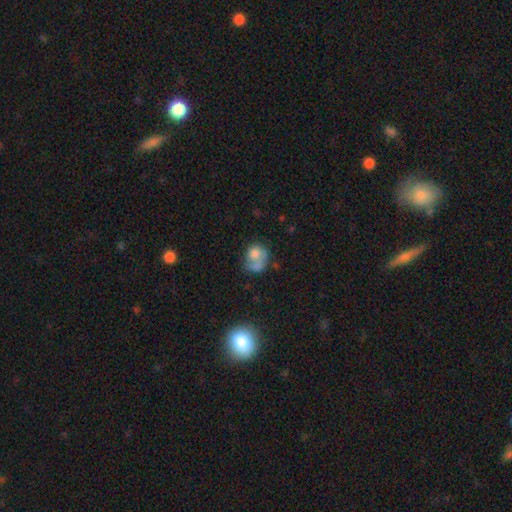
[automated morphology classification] Smooth or featured: smooth — 65% (featured or disk — 25%)
How rounded: round — 59% (in between — 40%)
Merging: merger — 32% (none — 29%)